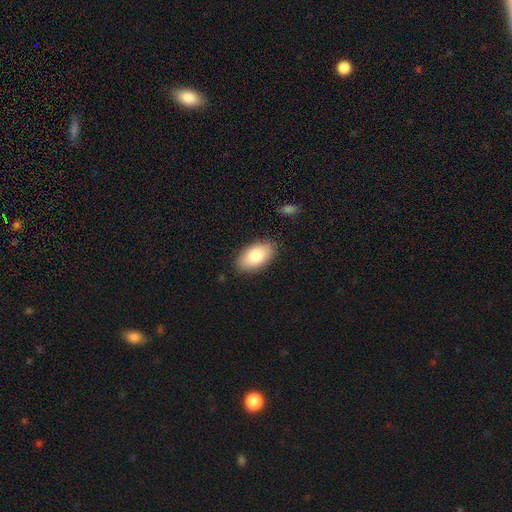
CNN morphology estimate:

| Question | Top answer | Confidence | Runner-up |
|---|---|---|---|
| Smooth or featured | smooth | 80% | featured or disk (14%) |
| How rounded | in between | 94% | round (4%) |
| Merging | none | 87% | minor disturbance (9%) |